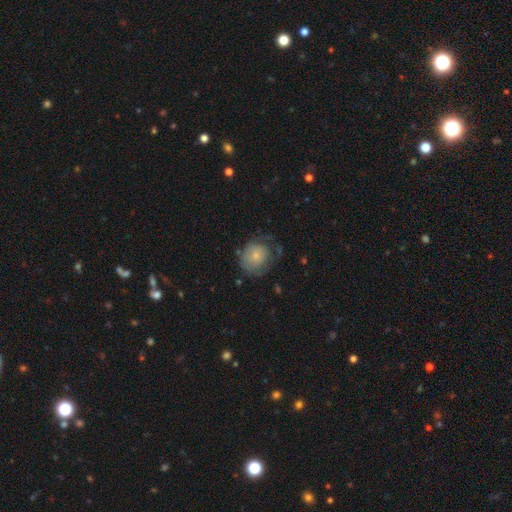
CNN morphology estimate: smooth-or-featured: smooth: 69% | featured or disk: 23% | star or artifact: 8%
  how-rounded: round: 76% | in between: 23% | cigar-shaped: 1%
  merging: none: 48% | minor disturbance: 29% | major disturbance: 20% | merger: 2%